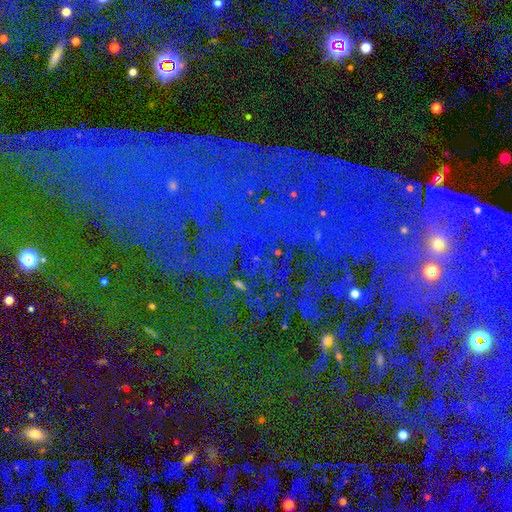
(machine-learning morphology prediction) A star or artifact, not a galaxy (83%).